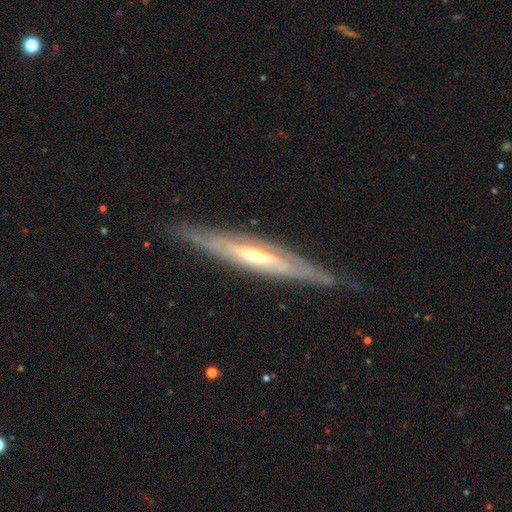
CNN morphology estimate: Q: Smooth or featured?
A: featured or disk (79%); runner-up: smooth (15%)
Q: Edge-on disk?
A: yes (72%); runner-up: no (28%)
Q: Edge-on bulge?
A: rounded (58%); runner-up: none (34%)
Q: Merging?
A: none (73%); runner-up: minor disturbance (19%)